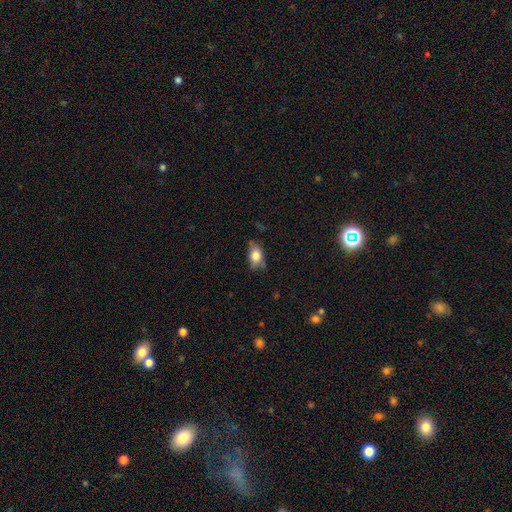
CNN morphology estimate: smooth-or-featured: smooth: 75% | featured or disk: 17% | star or artifact: 9%
  how-rounded: in between: 82% | round: 14% | cigar-shaped: 5%
  merging: none: 58% | minor disturbance: 31% | major disturbance: 9% | merger: 3%